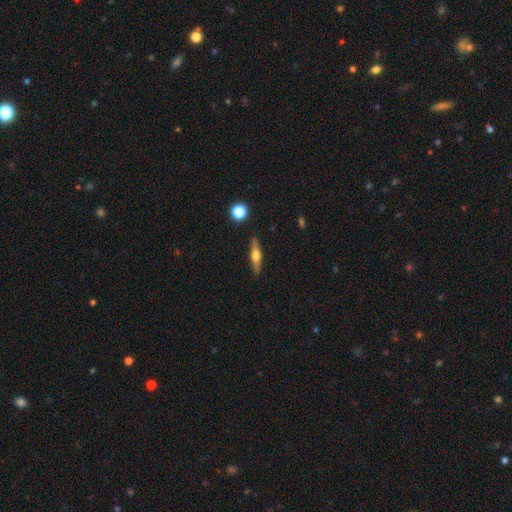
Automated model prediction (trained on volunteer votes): Q: Smooth or featured?
A: featured or disk (56%); runner-up: smooth (38%)
Q: Edge-on disk?
A: yes (94%); runner-up: no (6%)
Q: Edge-on bulge?
A: rounded (91%); runner-up: boxy (5%)
Q: Merging?
A: none (88%); runner-up: minor disturbance (8%)